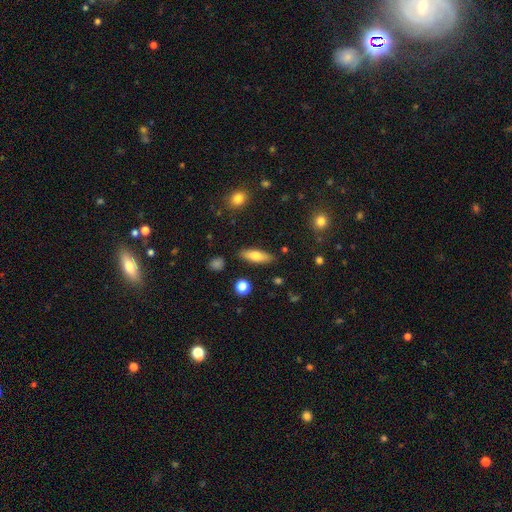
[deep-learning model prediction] Smooth or featured?
  - smooth: 73% *
  - featured or disk: 20%
  - star or artifact: 7%
How rounded?
  - in between: 52% *
  - cigar-shaped: 46%
  - round: 3%
Merging?
  - none: 85% *
  - minor disturbance: 10%
  - major disturbance: 2%
  - merger: 2%